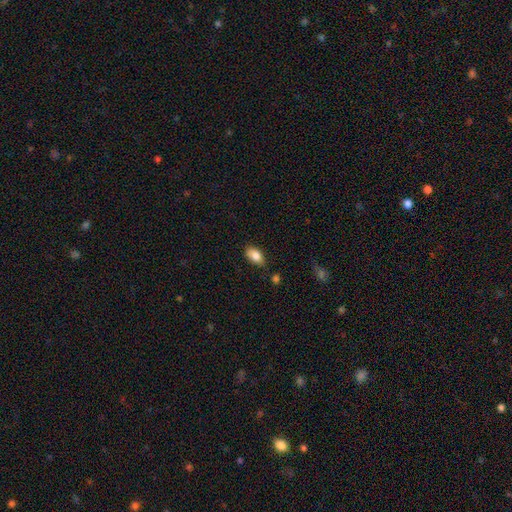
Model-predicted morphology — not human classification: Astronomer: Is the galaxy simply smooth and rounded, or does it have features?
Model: smooth — 84%.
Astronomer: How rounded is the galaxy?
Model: in between — 91%.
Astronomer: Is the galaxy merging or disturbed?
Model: none — 72%.